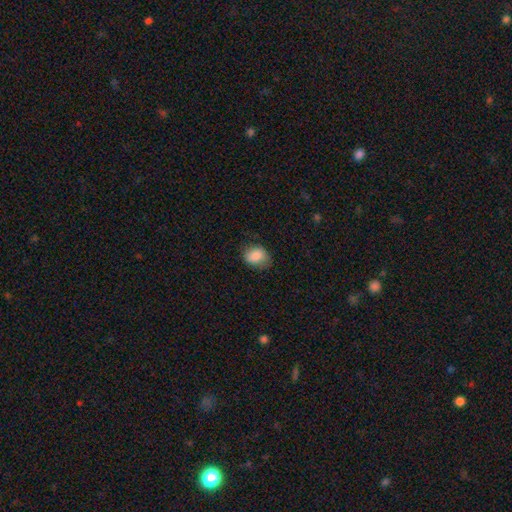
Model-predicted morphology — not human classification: Smooth or featured? smooth (86%)
How rounded? in between (56%)
Merging? none (66%)